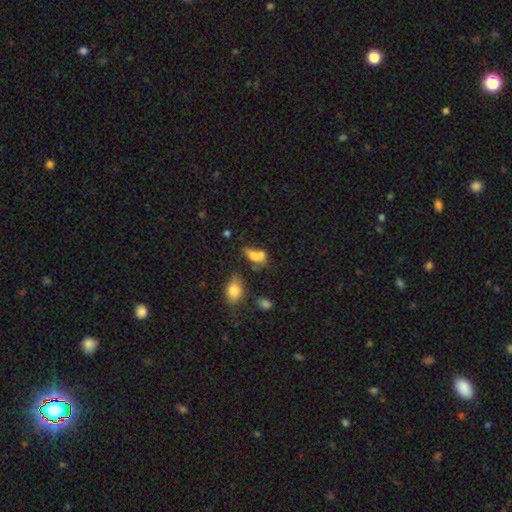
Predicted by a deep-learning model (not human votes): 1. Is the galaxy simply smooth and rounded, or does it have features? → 69% smooth, 17% featured or disk, 14% star or artifact.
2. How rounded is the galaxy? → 78% in between, 16% round, 5% cigar-shaped.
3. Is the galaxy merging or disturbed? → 41% merger, 26% none, 18% minor disturbance, 16% major disturbance.